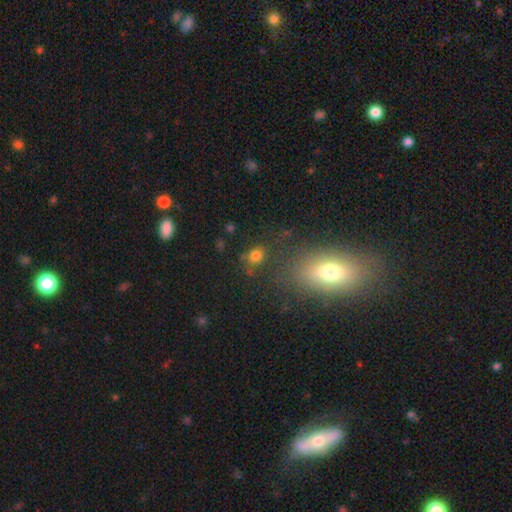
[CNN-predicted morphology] Smooth or featured? Predicted: smooth (p=0.74). How rounded? Predicted: round (p=0.56). Merging? Predicted: none (p=0.73).